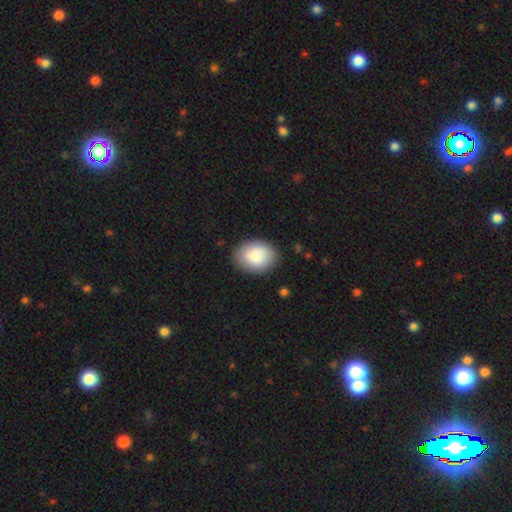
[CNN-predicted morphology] Smooth or featured?
  - smooth: 86% *
  - featured or disk: 8%
  - star or artifact: 6%
How rounded?
  - in between: 70% *
  - round: 29%
  - cigar-shaped: 1%
Merging?
  - none: 84% *
  - minor disturbance: 12%
  - major disturbance: 3%
  - merger: 1%